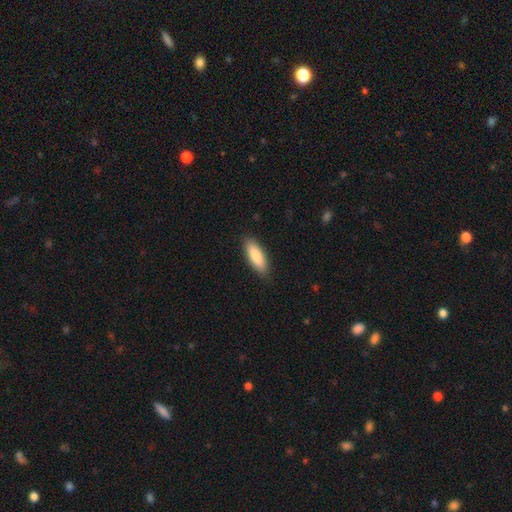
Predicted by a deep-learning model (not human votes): smooth 84%, featured or disk 11%, star or artifact 5%. Down the decision tree: how rounded — in between (62%); merging — none (87%).